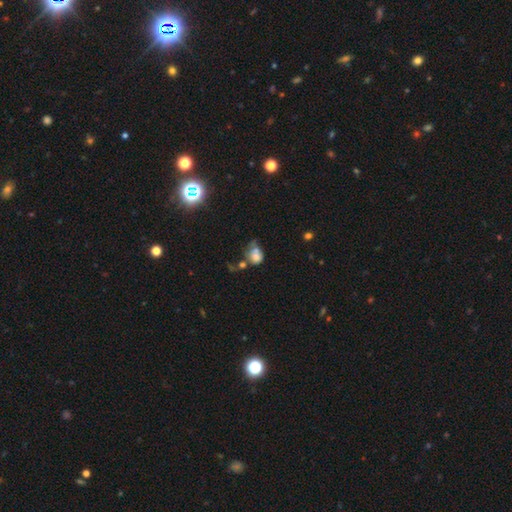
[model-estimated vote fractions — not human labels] smooth-or-featured: smooth: 67% | featured or disk: 19% | star or artifact: 14%
  how-rounded: round: 54% | in between: 44% | cigar-shaped: 1%
  merging: merger: 34% | none: 26% | minor disturbance: 21% | major disturbance: 19%